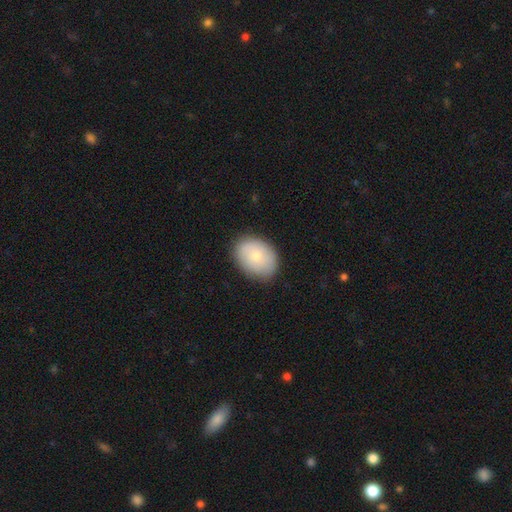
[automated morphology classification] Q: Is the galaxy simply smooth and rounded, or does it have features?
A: smooth — 74%.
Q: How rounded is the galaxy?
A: in between — 70%.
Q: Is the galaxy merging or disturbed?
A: none — 83%.